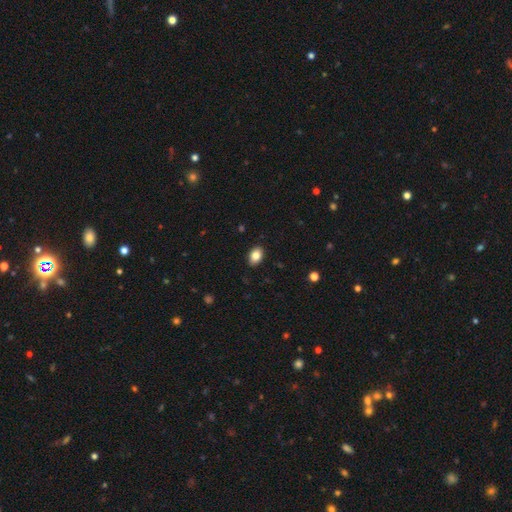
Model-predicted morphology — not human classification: Smooth or featured? smooth (84%)
How rounded? in between (82%)
Merging? none (89%)